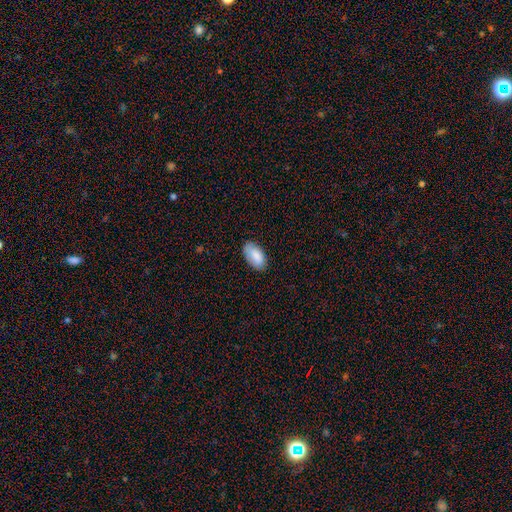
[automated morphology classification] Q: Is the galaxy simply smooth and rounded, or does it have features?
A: smooth — 86%.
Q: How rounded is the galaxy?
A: in between — 95%.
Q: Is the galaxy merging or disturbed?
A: none — 79%.